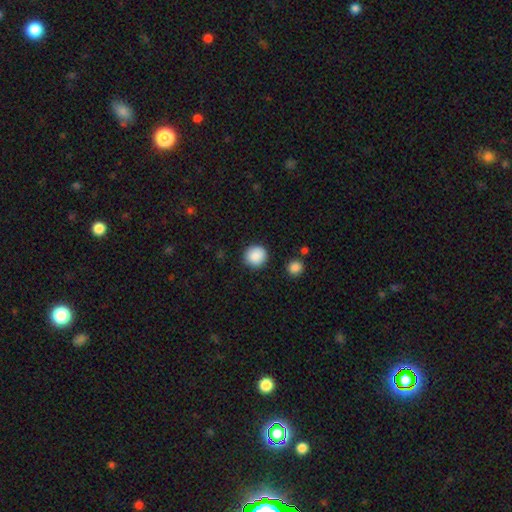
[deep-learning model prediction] Morphology: type=smooth (89%); roundness=round (92%); merging=none (89%).